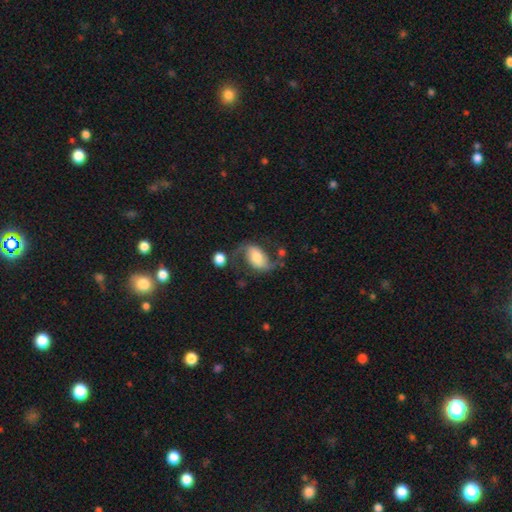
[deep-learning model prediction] Smooth or featured? featured or disk (67%)
Edge-on disk? no (96%)
Bar? no (42%)
Spiral arms? yes (91%)
Spiral winding? loose (61%)
Spiral arm count? 2 (90%)
Bulge size? moderate (43%)
Merging? none (56%)